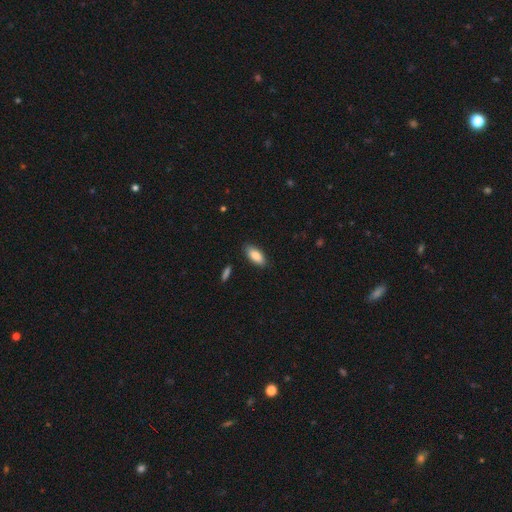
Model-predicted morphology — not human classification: smooth_or_featured: smooth (p=0.87) [alt: featured or disk p=0.07]
how_rounded: in between (p=0.85) [alt: cigar-shaped p=0.13]
merging: none (p=0.86) [alt: minor disturbance p=0.10]